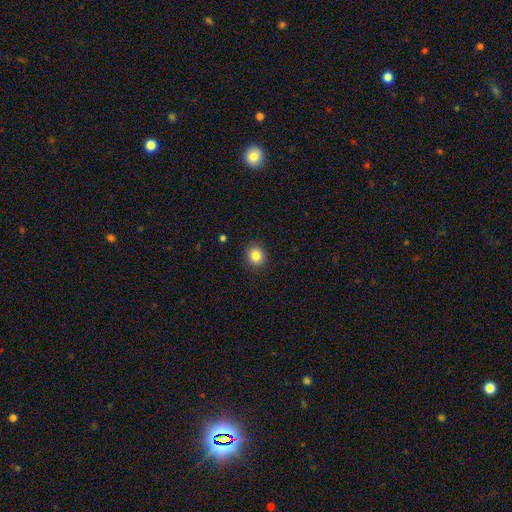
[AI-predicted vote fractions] Smooth or featured: smooth — 84% (star or artifact — 10%)
How rounded: round — 83% (in between — 16%)
Merging: none — 91% (minor disturbance — 6%)